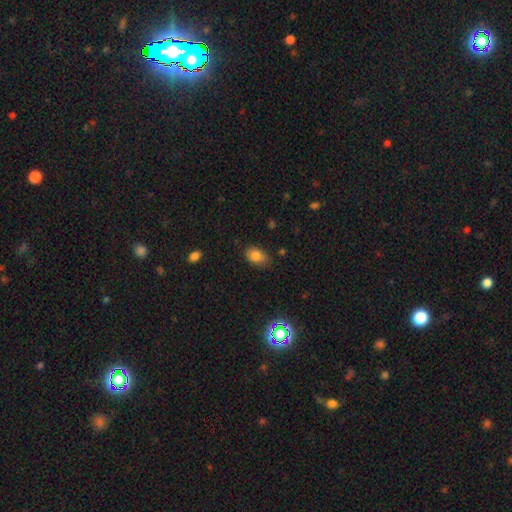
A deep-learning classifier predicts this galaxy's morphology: Smooth or featured?
  - smooth: 81% *
  - star or artifact: 11%
  - featured or disk: 8%
How rounded?
  - in between: 83% *
  - round: 15%
  - cigar-shaped: 1%
Merging?
  - none: 73% *
  - minor disturbance: 21%
  - major disturbance: 4%
  - merger: 2%